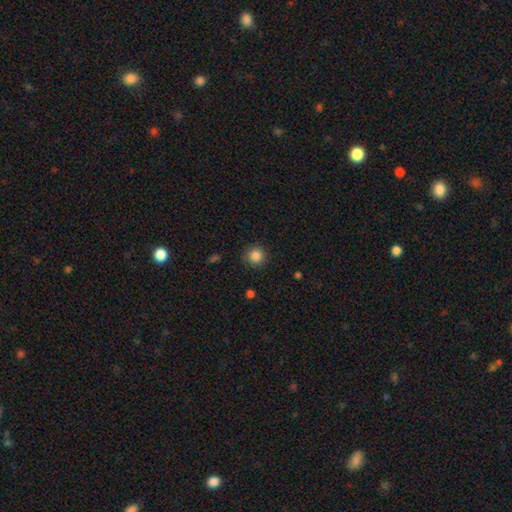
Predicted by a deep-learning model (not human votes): The model was most divided on "smooth or featured": smooth: 85%, star or artifact: 11%, featured or disk: 4%. More confident: how rounded — round (94%); merging — none (87%).